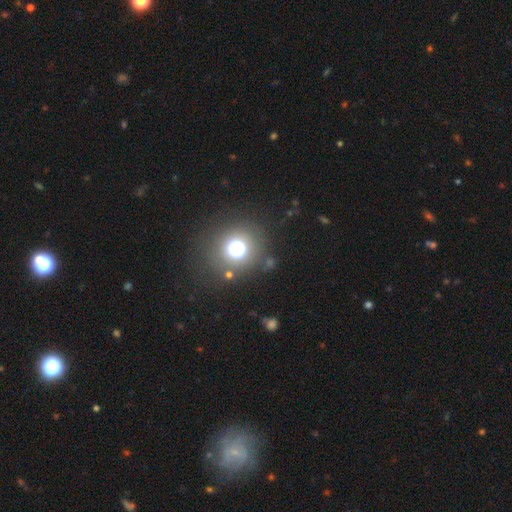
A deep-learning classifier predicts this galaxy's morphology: Overall: smooth (66%). How rounded: round (86%). Merging: none (83%).